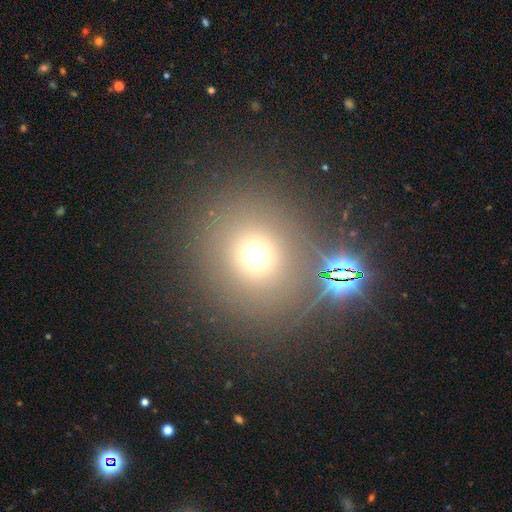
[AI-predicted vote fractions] Smooth or featured? smooth (63%)
How rounded? round (88%)
Merging? none (83%)